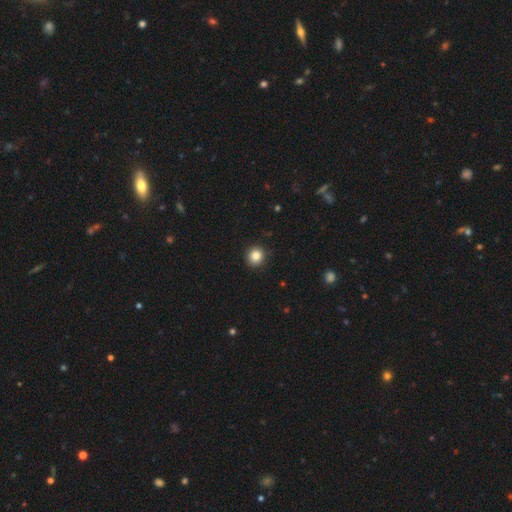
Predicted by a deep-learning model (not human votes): The model was most divided on "smooth or featured": smooth: 85%, star or artifact: 10%, featured or disk: 4%. More confident: merging — none (91%); how rounded — round (90%).